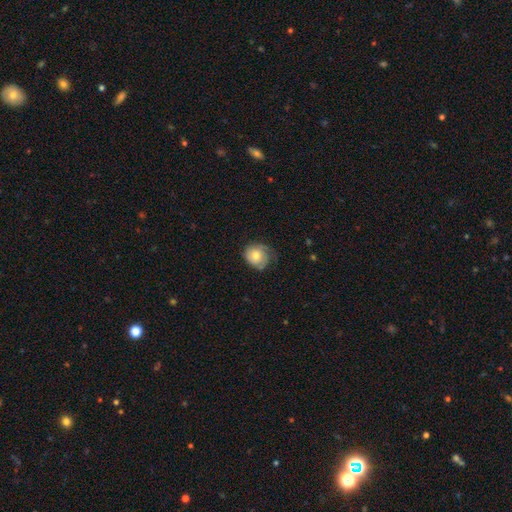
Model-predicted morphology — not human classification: smooth 56%, featured or disk 37%, star or artifact 8%. Down the decision tree: how rounded — round (72%); merging — none (55%).